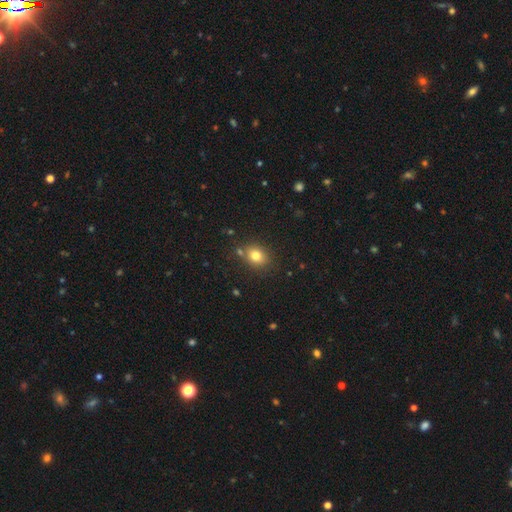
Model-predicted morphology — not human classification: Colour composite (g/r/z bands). It shows a smooth galaxy with no disk features (79%) that is round (55%). Merging: none (78%).